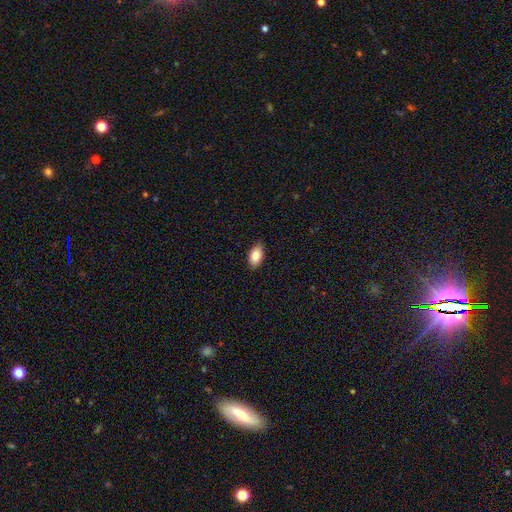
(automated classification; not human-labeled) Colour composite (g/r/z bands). It shows a smooth galaxy with no disk features (84%) that is in between round and cigar-shaped (92%). Merging: none (88%).